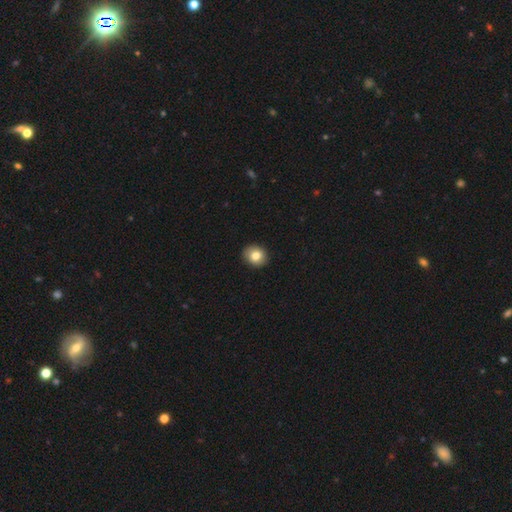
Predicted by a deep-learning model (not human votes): smooth_or_featured: smooth (p=0.82) [alt: featured or disk p=0.10]
how_rounded: round (p=0.62) [alt: in between p=0.37]
merging: none (p=0.90) [alt: minor disturbance p=0.07]